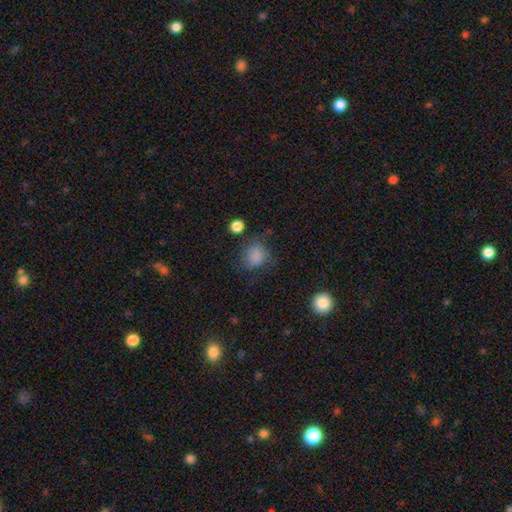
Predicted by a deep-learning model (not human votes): A smooth galaxy with no disk features (76%) that is round (65%). Merging: none (50%).